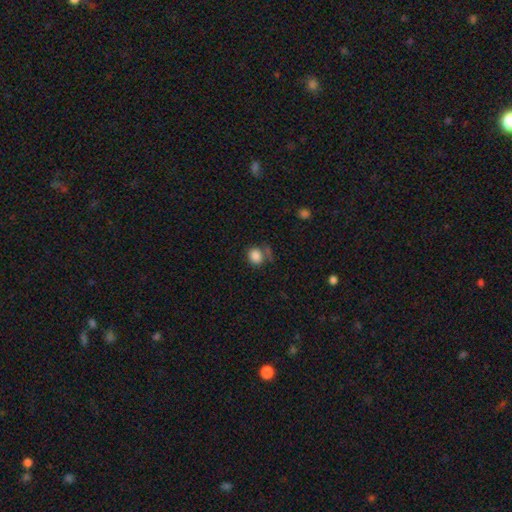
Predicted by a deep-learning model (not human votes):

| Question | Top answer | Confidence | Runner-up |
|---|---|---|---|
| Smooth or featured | smooth | 84% | star or artifact (11%) |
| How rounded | round | 69% | in between (30%) |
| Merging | none | 60% | minor disturbance (19%) |